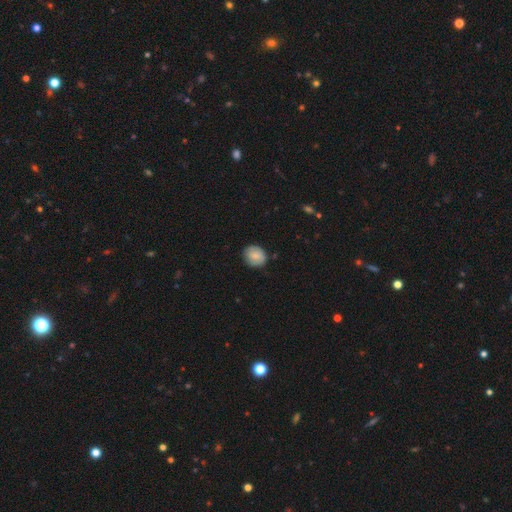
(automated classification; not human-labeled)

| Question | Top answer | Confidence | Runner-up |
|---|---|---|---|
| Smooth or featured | smooth | 77% | featured or disk (15%) |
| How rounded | round | 71% | in between (28%) |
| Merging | none | 80% | minor disturbance (16%) |